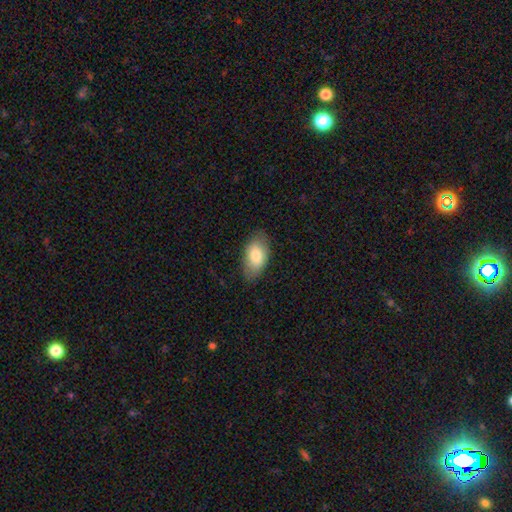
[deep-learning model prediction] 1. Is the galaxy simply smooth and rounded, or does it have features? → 76% smooth, 17% featured or disk, 7% star or artifact.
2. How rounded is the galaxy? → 92% in between, 6% round, 2% cigar-shaped.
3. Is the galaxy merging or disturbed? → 77% none, 18% minor disturbance, 4% major disturbance, 1% merger.